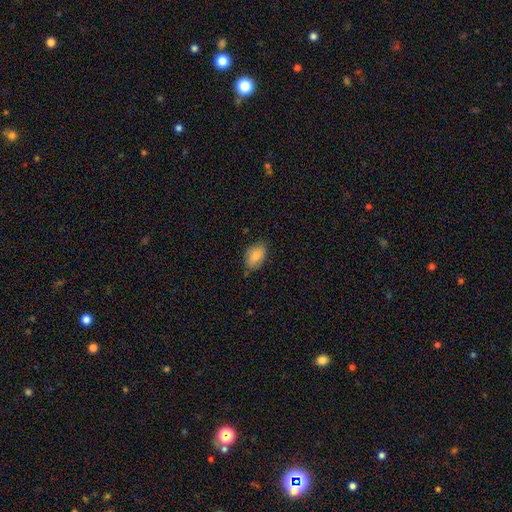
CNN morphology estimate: This is clearly a smooth galaxy (84%). How rounded: clearly in between (89%). Merging: likely none (76%).